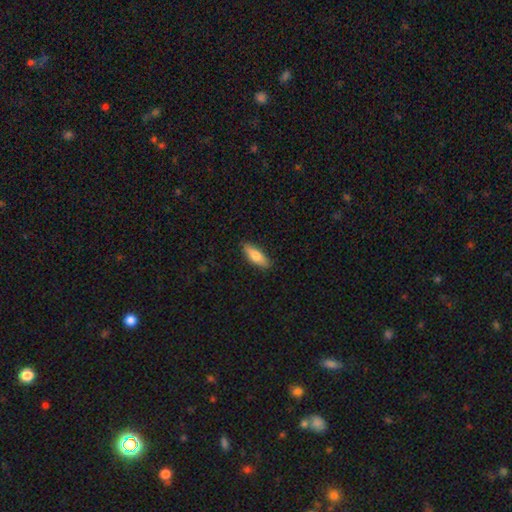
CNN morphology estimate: Overall: smooth (78%). How rounded: in between (58%; cigar-shaped 40%). Merging: none (86%).